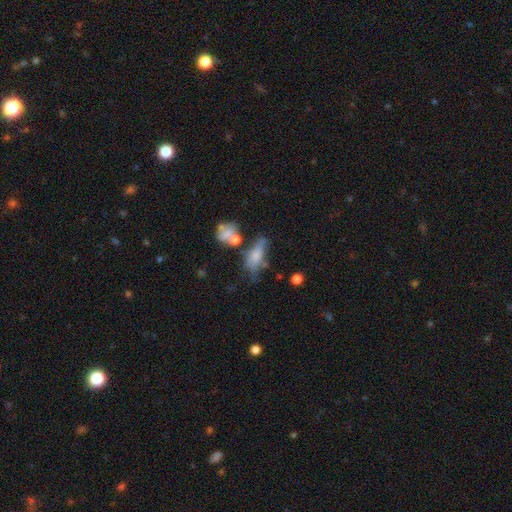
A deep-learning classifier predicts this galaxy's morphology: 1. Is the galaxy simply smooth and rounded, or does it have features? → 62% smooth, 28% featured or disk, 11% star or artifact.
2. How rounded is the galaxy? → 71% in between, 23% cigar-shaped, 7% round.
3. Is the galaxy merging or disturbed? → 33% none, 26% minor disturbance, 20% major disturbance, 20% merger.